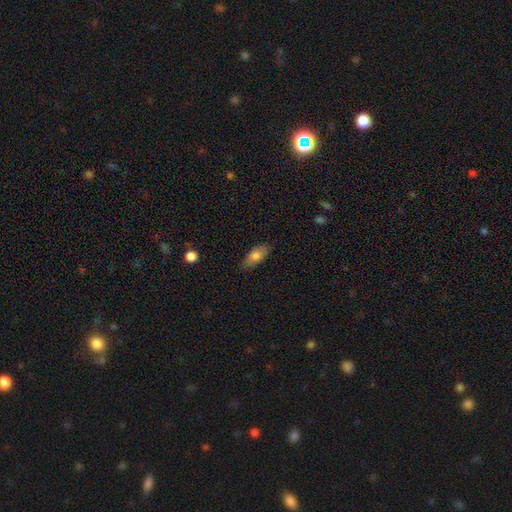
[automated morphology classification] Smooth or featured? smooth (74%)
How rounded? in between (81%)
Merging? none (82%)